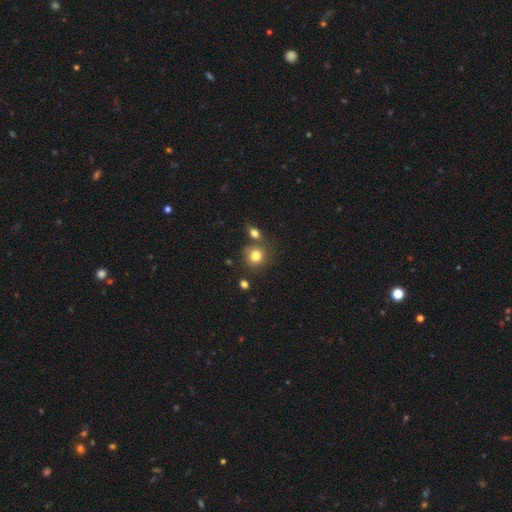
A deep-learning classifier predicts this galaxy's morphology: smooth 81%, star or artifact 11%, featured or disk 8%. Down the decision tree: how rounded — round (84%); merging — none (68%).